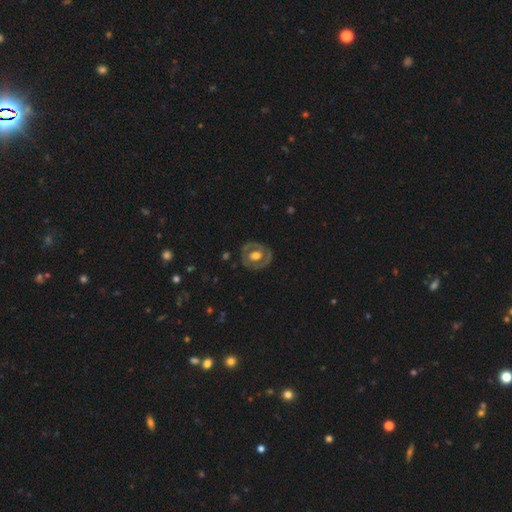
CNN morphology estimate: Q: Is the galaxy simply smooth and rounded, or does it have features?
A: featured or disk — 61%.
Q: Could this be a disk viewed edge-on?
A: no — 95%.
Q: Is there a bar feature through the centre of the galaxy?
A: no — 71%.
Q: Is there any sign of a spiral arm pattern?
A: no — 76%.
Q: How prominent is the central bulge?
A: moderate — 55%.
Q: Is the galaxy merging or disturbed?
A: none — 80%.